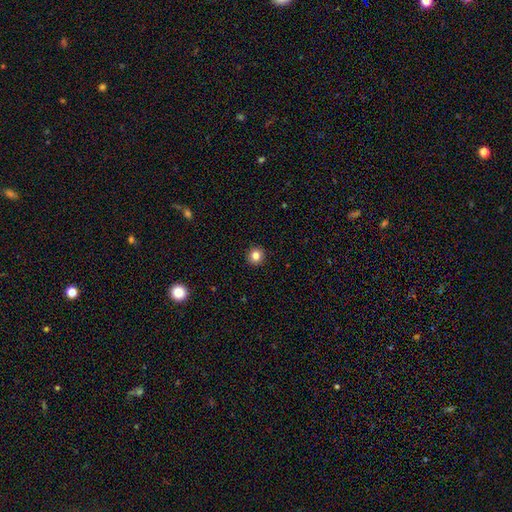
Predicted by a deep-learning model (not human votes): Smooth or featured? smooth (83%)
How rounded? round (93%)
Merging? none (93%)